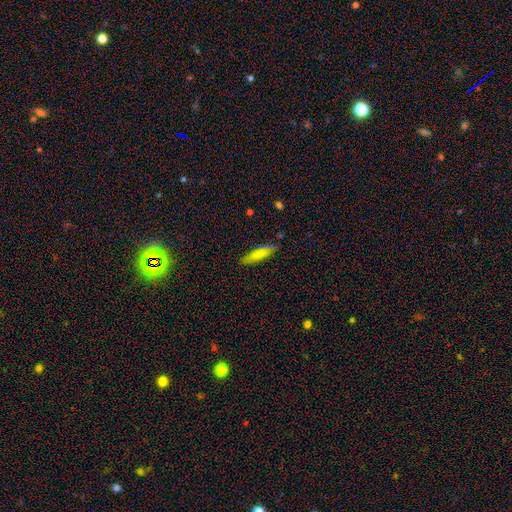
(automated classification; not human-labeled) This appears to be a smooth galaxy with no disk features (64%) that is cigar-shaped (72%). Merging: none (83%).